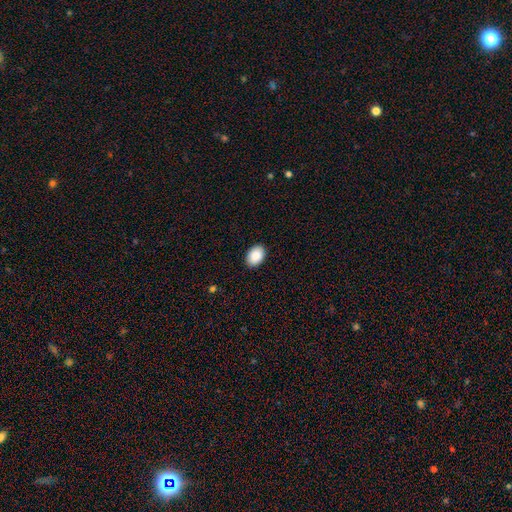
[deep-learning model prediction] The model was most divided on "how rounded": in between: 84%, round: 15%, cigar-shaped: 1%. More confident: merging — none (90%); smooth or featured — smooth (90%).